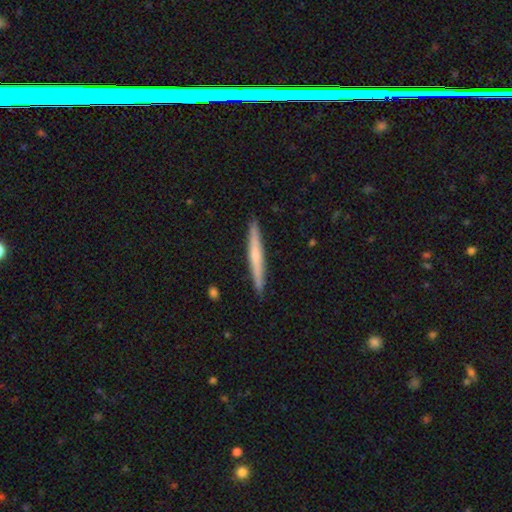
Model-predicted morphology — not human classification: This is possibly a smooth galaxy (49%). Merging: clearly none (92%).